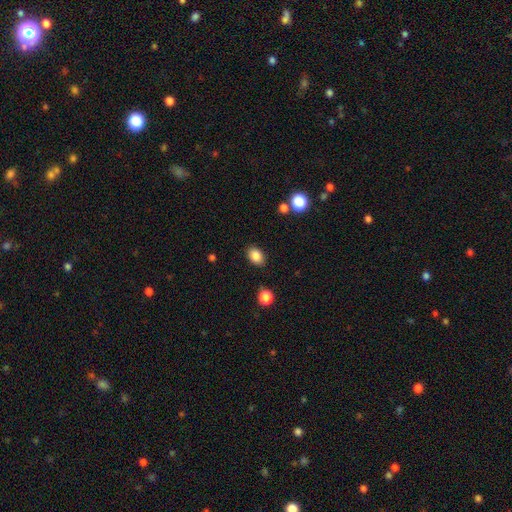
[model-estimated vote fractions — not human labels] smooth 86%, star or artifact 10%, featured or disk 5%. Down the decision tree: how rounded — in between (79%); merging — none (86%).